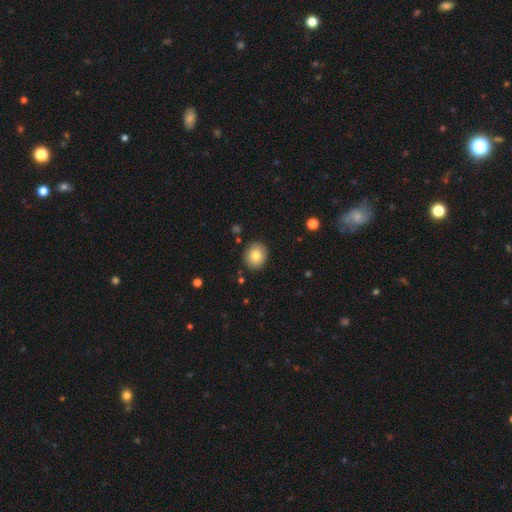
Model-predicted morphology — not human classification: smooth_or_featured: smooth (p=0.79) [alt: featured or disk p=0.12]
how_rounded: round (p=0.75) [alt: in between p=0.24]
merging: none (p=0.88) [alt: minor disturbance p=0.08]